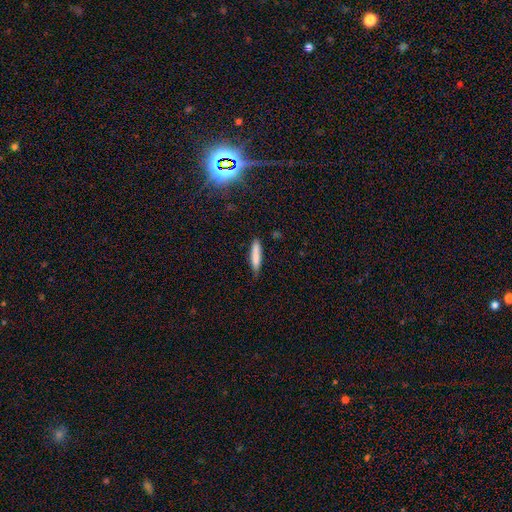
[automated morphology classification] This appears to be a smooth galaxy with no disk features (81%) that is cigar-shaped (84%). Merging: none (75%).